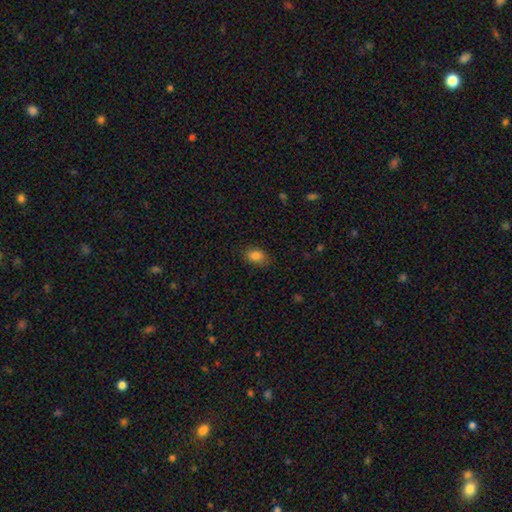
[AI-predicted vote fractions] smooth-or-featured: smooth: 84% | star or artifact: 10% | featured or disk: 6%
  how-rounded: in between: 77% | round: 22% | cigar-shaped: 1%
  merging: none: 83% | minor disturbance: 13% | major disturbance: 3% | merger: 1%